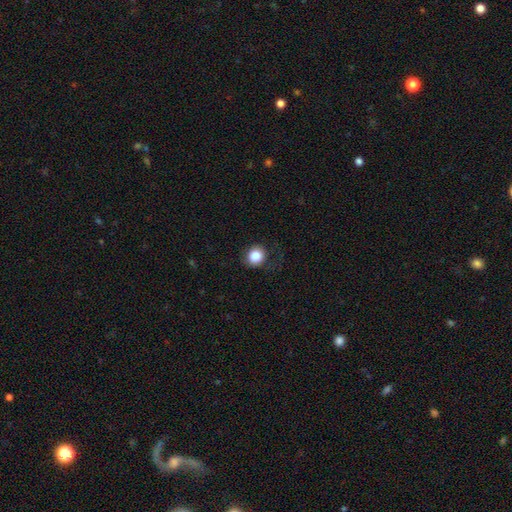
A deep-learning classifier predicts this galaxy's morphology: This is clearly a smooth galaxy (84%). How rounded: clearly round (81%). Merging: likely none (75%).